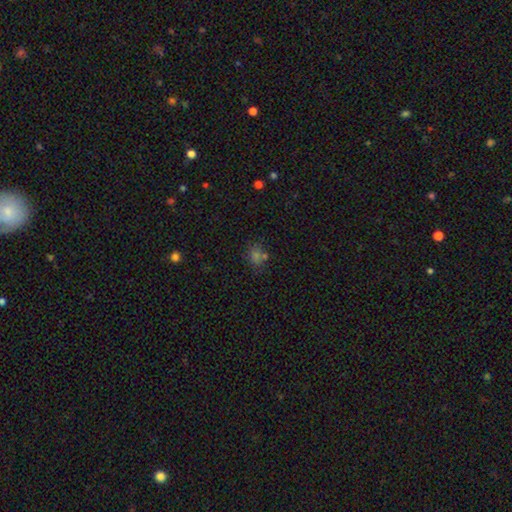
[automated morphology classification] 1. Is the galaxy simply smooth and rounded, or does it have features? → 59% smooth, 32% star or artifact, 9% featured or disk.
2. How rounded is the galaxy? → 68% round, 31% in between, 2% cigar-shaped.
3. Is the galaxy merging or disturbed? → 69% none, 14% merger, 12% minor disturbance, 5% major disturbance.